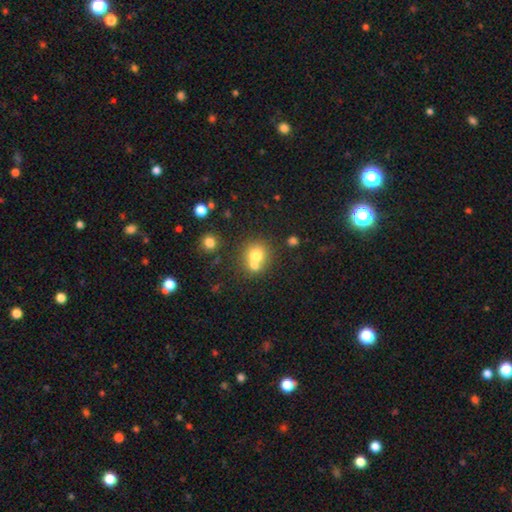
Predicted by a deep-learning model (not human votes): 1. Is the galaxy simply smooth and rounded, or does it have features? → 72% smooth, 16% featured or disk, 13% star or artifact.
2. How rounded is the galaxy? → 83% round, 16% in between, 1% cigar-shaped.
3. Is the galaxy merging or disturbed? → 45% merger, 44% none, 7% minor disturbance, 3% major disturbance.